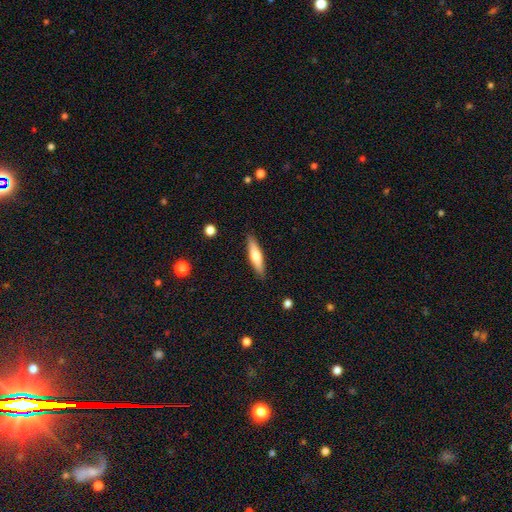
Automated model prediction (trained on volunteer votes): A smooth galaxy with no disk features (61%) that is cigar-shaped (76%). Merging: none (88%).